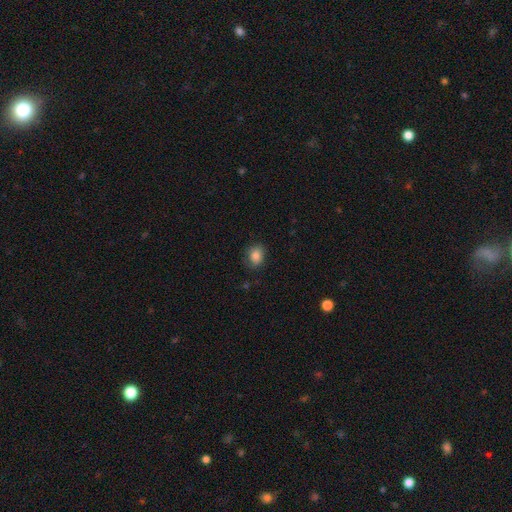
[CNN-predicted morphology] This is clearly a smooth galaxy (85%). How rounded: possibly in between (53%). Merging: likely none (78%).